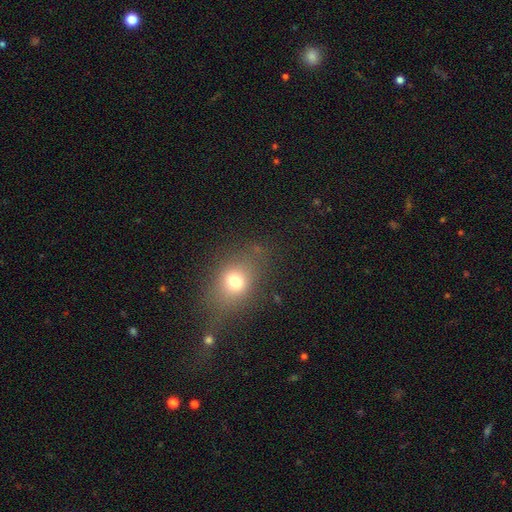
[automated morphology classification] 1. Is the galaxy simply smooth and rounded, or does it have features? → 61% smooth, 23% star or artifact, 15% featured or disk.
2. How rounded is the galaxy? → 49% in between, 47% round, 4% cigar-shaped.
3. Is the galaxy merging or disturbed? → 64% none, 18% minor disturbance, 11% major disturbance, 7% merger.